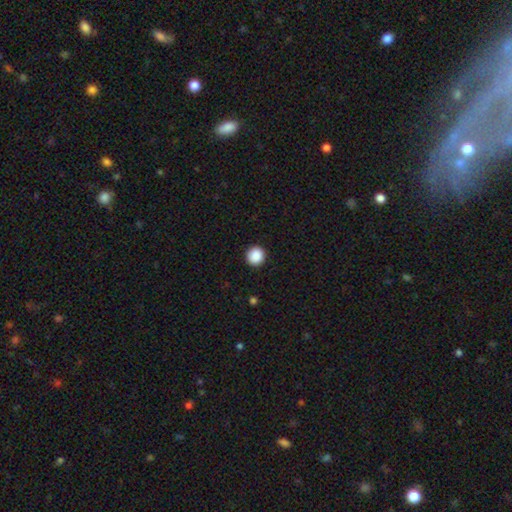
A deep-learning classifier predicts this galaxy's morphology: smooth-or-featured: smooth: 89% | star or artifact: 9% | featured or disk: 2%
  how-rounded: round: 93% | in between: 6% | cigar-shaped: 1%
  merging: none: 93% | minor disturbance: 5% | major disturbance: 2% | merger: 1%